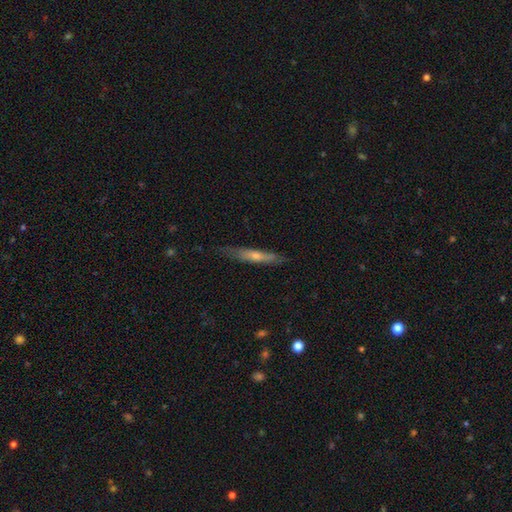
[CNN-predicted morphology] Overall: featured or disk (52%; smooth 41%). Edge-on disk: yes (87%). Merging: none (79%).